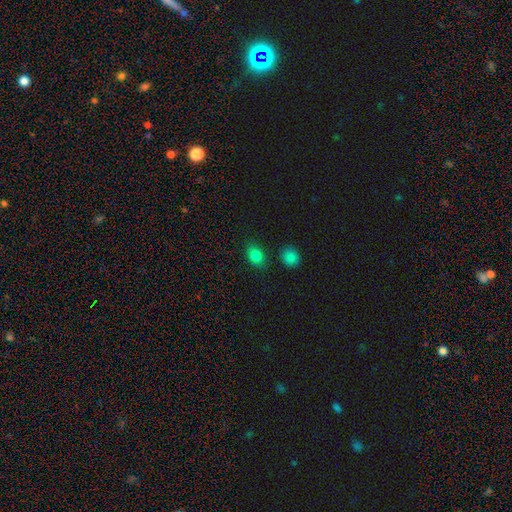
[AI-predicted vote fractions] Overall: smooth (83%). How rounded: in between (70%). Merging: none (79%).